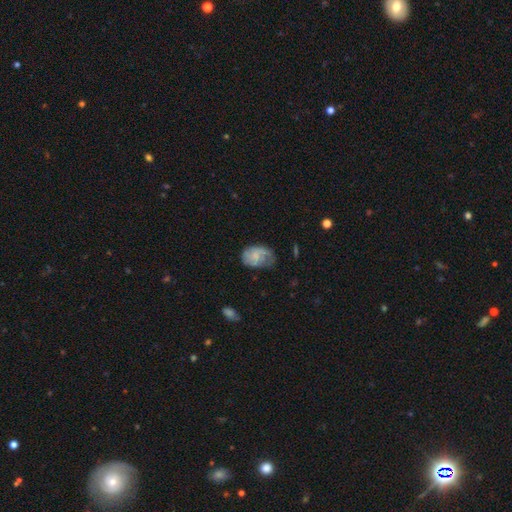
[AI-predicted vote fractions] Overall: smooth (49%; featured or disk 44%). Merging: none (48%; minor disturbance 33%).